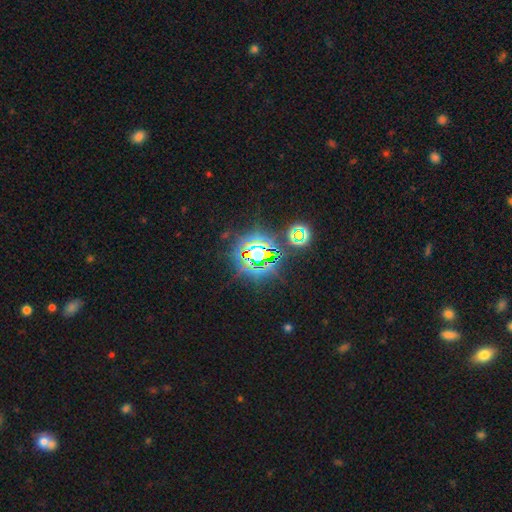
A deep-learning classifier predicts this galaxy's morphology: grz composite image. It shows a star or artifact, not a galaxy (75%).